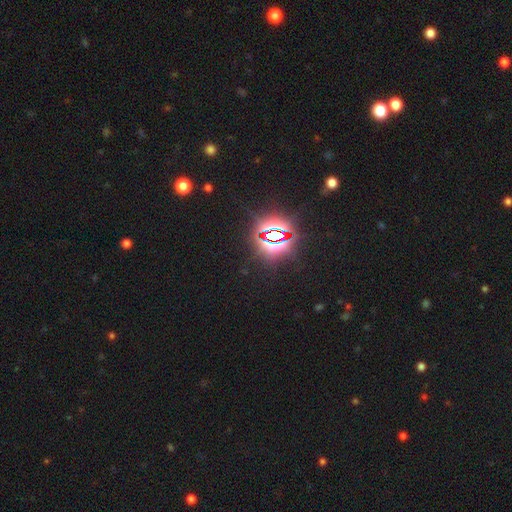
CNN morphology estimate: A star or artifact, not a galaxy (85%).

Vote fractions:
- Smooth or featured? star or artifact: 85% / smooth: 9% / featured or disk: 6%